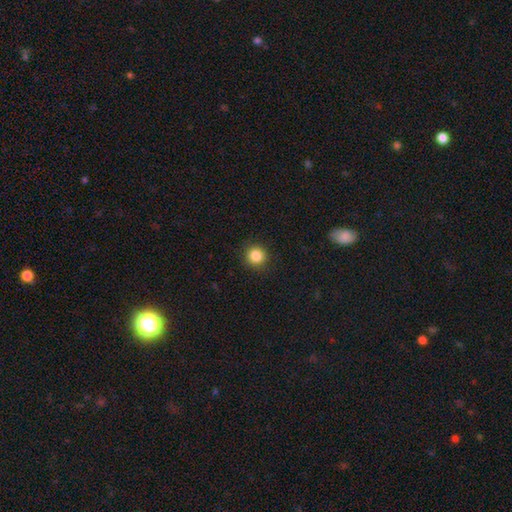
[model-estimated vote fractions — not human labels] Morphology: type=smooth (86%); roundness=round (94%); merging=none (91%).